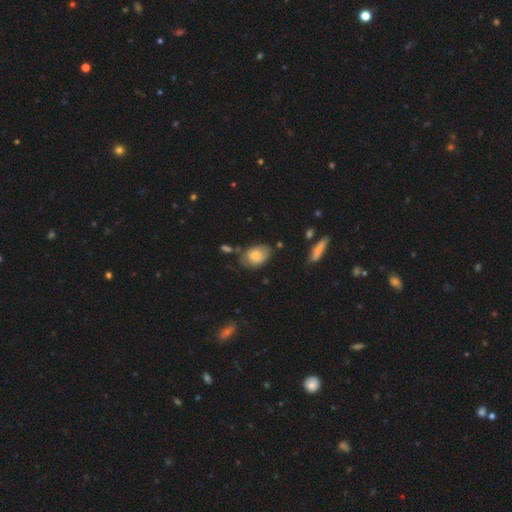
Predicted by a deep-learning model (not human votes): Overall: smooth (70%). How rounded: in between (77%). Merging: none (50%; minor disturbance 32%).